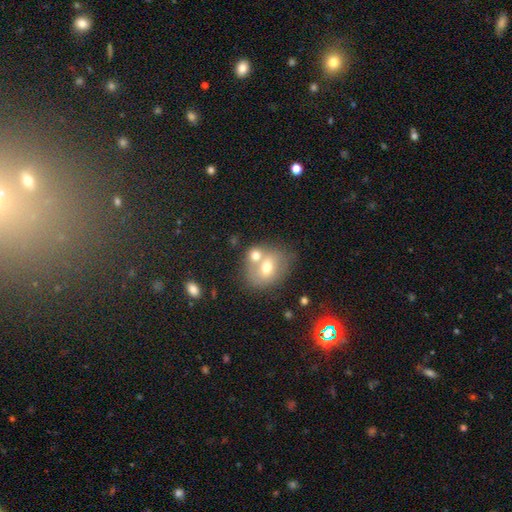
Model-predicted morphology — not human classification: Overall: smooth (62%; featured or disk 28%). How rounded: round (56%; in between 43%). Merging: merger (46%; none 38%).